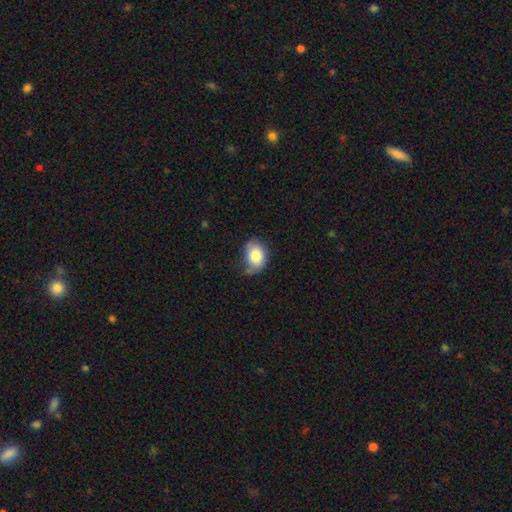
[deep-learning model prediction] The model was most divided on "merging": none: 54%, minor disturbance: 34%, major disturbance: 9%, merger: 3%. More confident: smooth or featured — smooth (80%); how rounded — in between (70%).